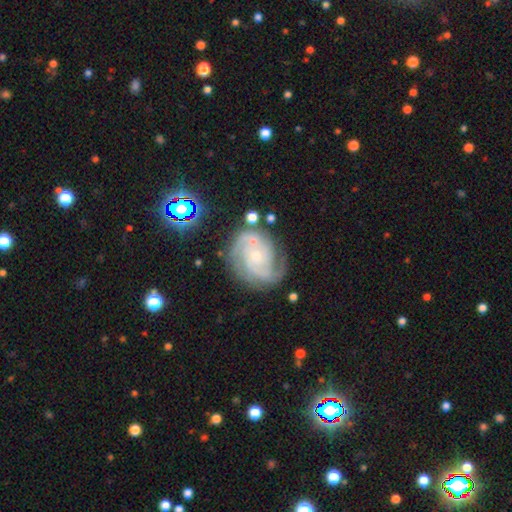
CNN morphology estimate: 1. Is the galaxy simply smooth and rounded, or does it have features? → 88% featured or disk, 6% star or artifact, 6% smooth.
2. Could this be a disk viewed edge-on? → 98% no, 2% yes.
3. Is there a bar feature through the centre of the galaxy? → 72% no, 23% weak, 6% strong.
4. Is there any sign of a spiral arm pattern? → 97% yes, 3% no.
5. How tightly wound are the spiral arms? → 60% tight, 33% medium, 6% loose.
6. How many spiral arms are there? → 44% 2, 27% 3, 14% can't tell, 6% 4, 4% 1, 4% more than 4.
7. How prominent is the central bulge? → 65% small, 31% moderate, 1% large, 1% none, 1% dominant.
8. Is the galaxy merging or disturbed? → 68% none, 19% minor disturbance, 8% major disturbance, 5% merger.